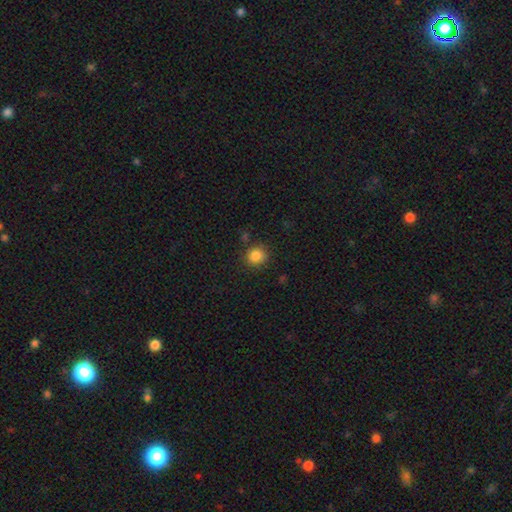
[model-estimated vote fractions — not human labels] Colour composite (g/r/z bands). It shows a smooth galaxy with no disk features (85%) that is round (89%). Merging: none (85%).